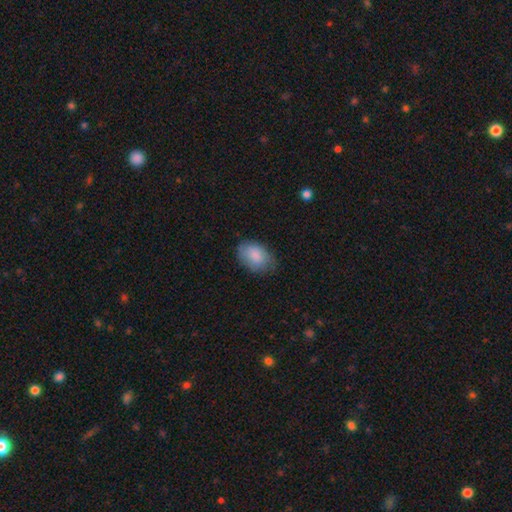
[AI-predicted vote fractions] Q: Smooth or featured?
A: smooth (85%); runner-up: featured or disk (8%)
Q: How rounded?
A: in between (88%); runner-up: round (11%)
Q: Merging?
A: none (71%); runner-up: minor disturbance (23%)